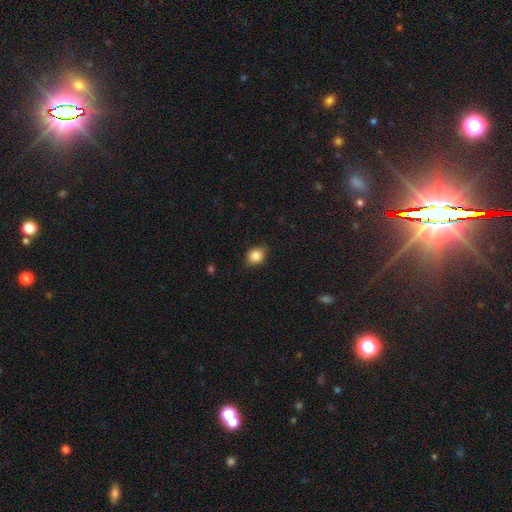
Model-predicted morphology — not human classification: This appears to be a smooth galaxy with no disk features (86%) that is in between round and cigar-shaped (55%). Merging: none (80%).